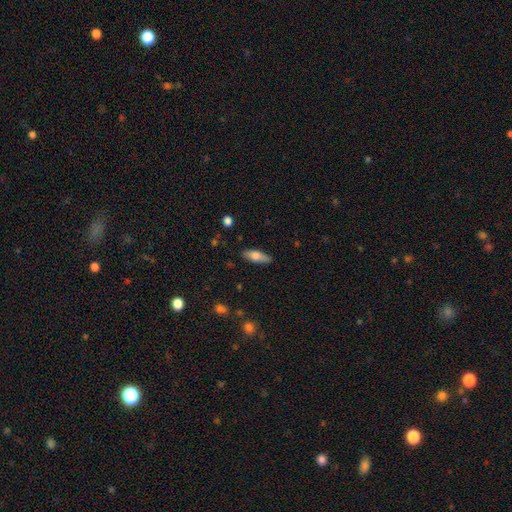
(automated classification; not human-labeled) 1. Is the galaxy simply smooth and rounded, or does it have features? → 67% smooth, 27% featured or disk, 6% star or artifact.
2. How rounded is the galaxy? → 61% in between, 37% cigar-shaped, 3% round.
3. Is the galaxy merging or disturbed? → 86% none, 11% minor disturbance, 2% major disturbance, 1% merger.